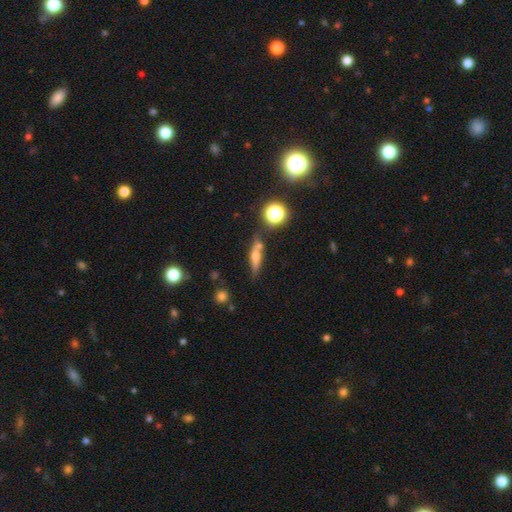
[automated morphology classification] Smooth or featured? Predicted: smooth (p=0.45). Merging? Predicted: none (p=0.65).